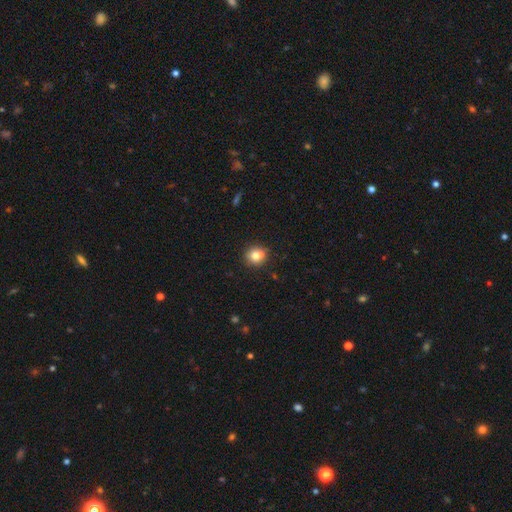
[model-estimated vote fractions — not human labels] smooth 80%, star or artifact 11%, featured or disk 9%. Down the decision tree: how rounded — round (85%); merging — none (86%).